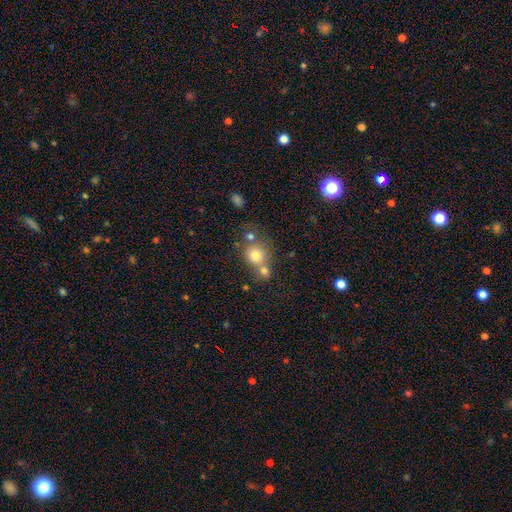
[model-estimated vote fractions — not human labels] smooth_or_featured: smooth (p=0.76) [alt: star or artifact p=0.12]
how_rounded: round (p=0.81) [alt: in between p=0.18]
merging: none (p=0.47) [alt: merger p=0.40]